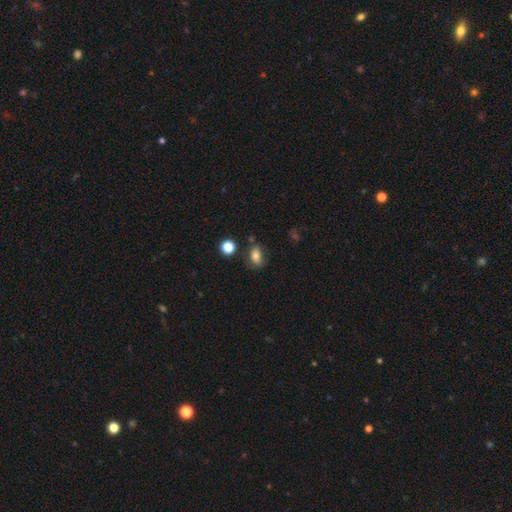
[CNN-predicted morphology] Q: Smooth or featured?
A: smooth (78%); runner-up: star or artifact (12%)
Q: How rounded?
A: in between (79%); runner-up: round (18%)
Q: Merging?
A: none (69%); runner-up: minor disturbance (19%)